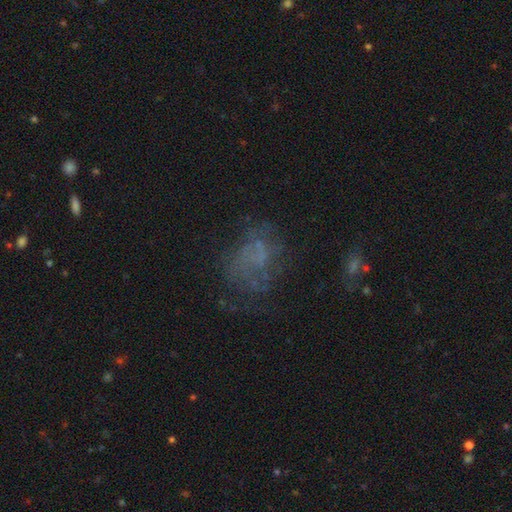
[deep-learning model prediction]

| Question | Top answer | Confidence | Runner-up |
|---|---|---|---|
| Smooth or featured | featured or disk | 44% | smooth (32%) |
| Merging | none | 48% | major disturbance (29%) |